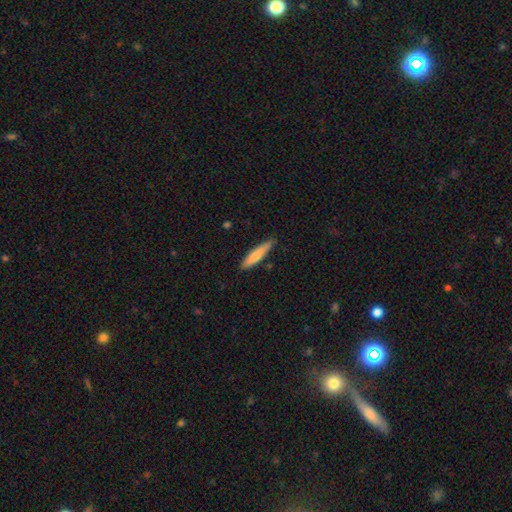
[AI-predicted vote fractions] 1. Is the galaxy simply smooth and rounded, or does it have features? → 70% smooth, 24% featured or disk, 5% star or artifact.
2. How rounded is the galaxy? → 84% cigar-shaped, 14% in between, 1% round.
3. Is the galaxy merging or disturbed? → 84% none, 13% minor disturbance, 2% major disturbance, 2% merger.